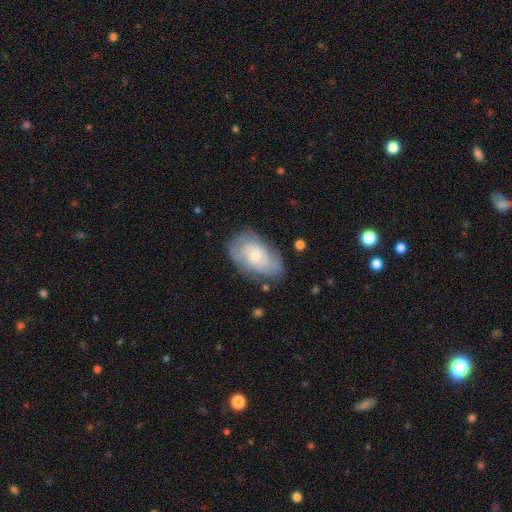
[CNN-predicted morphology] A featured or disk galaxy (71%) with no bar (71%), tight (54%) spiral arms (88%) and a small central bulge (60%).

Vote fractions:
- Smooth or featured? featured or disk: 71% / smooth: 23% / star or artifact: 6%
- Edge-on disk? no: 96% / yes: 4%
- Bar? no: 71% / weak: 25% / strong: 3%
- Spiral arms? yes: 88% / no: 12%
- Spiral winding? tight: 54% / medium: 35% / loose: 11%
- Spiral arm count? can't tell: 39% / 2: 37% / 3: 13% / 1: 4% / 4: 4% / more than 4: 3%
- Bulge size? small: 60% / moderate: 35% / large: 2% / none: 2% / dominant: 1%
- Merging? none: 71% / minor disturbance: 21% / major disturbance: 7% / merger: 2%